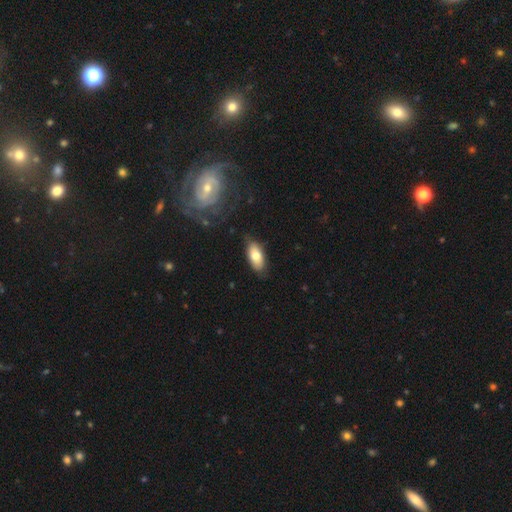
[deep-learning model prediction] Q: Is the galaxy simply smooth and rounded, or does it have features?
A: smooth — 73%.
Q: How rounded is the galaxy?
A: in between — 88%.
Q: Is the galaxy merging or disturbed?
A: none — 78%.